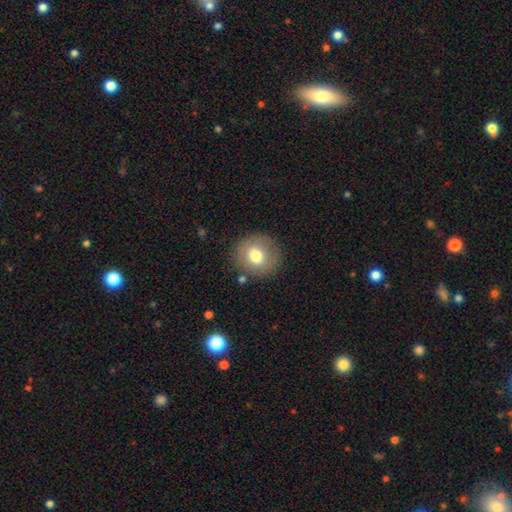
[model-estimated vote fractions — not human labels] Q: Smooth or featured?
A: smooth (74%); runner-up: featured or disk (17%)
Q: How rounded?
A: round (90%); runner-up: in between (9%)
Q: Merging?
A: none (86%); runner-up: minor disturbance (9%)